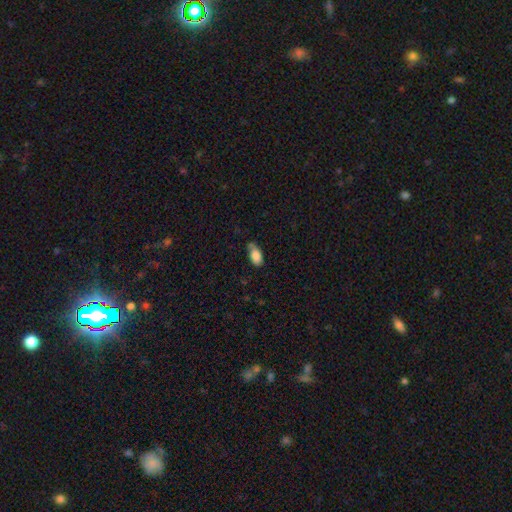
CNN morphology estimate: A smooth galaxy with no disk features (85%) that is in between round and cigar-shaped (92%). Merging: none (57%).